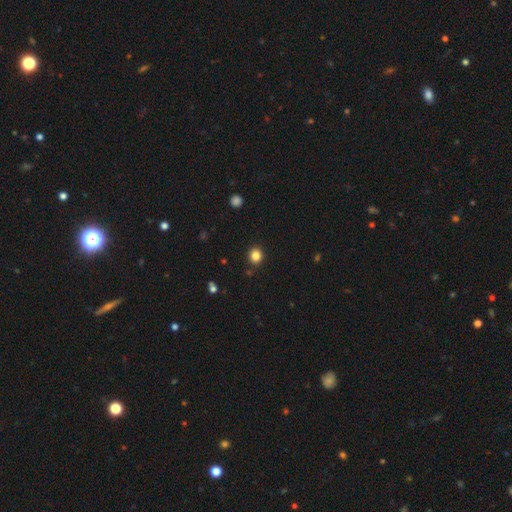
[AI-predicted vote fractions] Morphology: type=smooth (84%); roundness=round (81%); merging=none (89%).